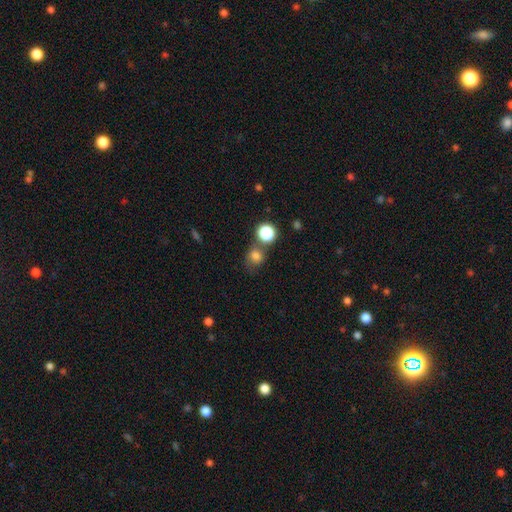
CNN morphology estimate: The model was most divided on "merging": none: 59%, merger: 20%, minor disturbance: 15%, major disturbance: 6%. More confident: smooth or featured — smooth (75%); how rounded — round (73%).